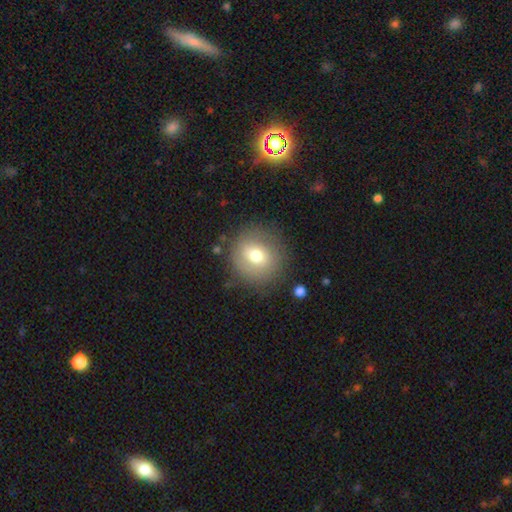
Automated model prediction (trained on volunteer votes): This appears to be a smooth galaxy with no disk features (69%) that is round (89%). Merging: none (80%).